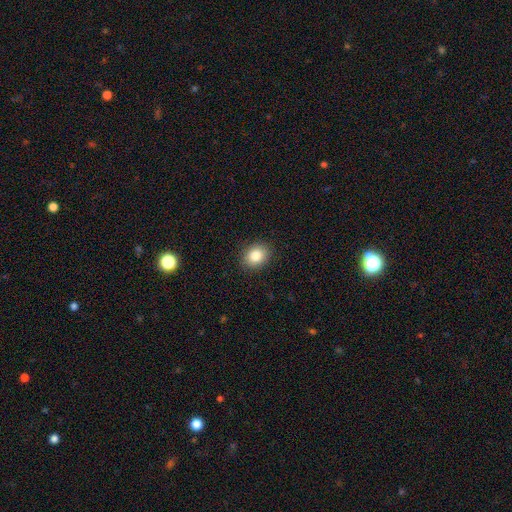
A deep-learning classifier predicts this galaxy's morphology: A smooth galaxy with no disk features (84%) that is in between round and cigar-shaped (51%).

Vote fractions:
- Smooth or featured? smooth: 84% / star or artifact: 9% / featured or disk: 7%
- How rounded? in between: 51% / round: 48% / cigar-shaped: 1%
- Merging? none: 89% / minor disturbance: 8% / major disturbance: 2% / merger: 1%